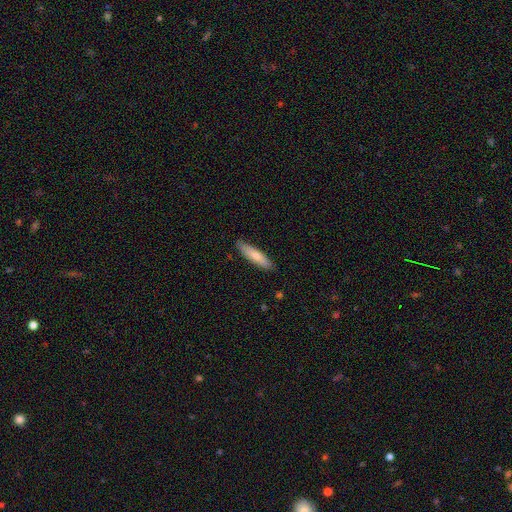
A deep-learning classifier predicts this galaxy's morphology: A smooth galaxy with no disk features (75%) that is cigar-shaped (73%). Merging: none (86%).